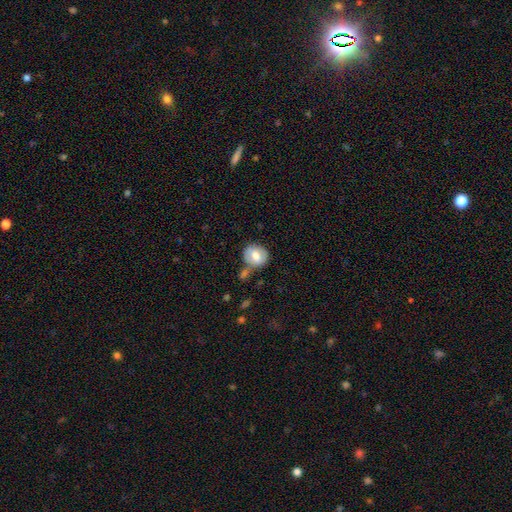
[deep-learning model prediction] Smooth or featured: smooth — 64% (featured or disk — 29%)
How rounded: round — 74% (in between — 25%)
Merging: none — 59% (minor disturbance — 18%)